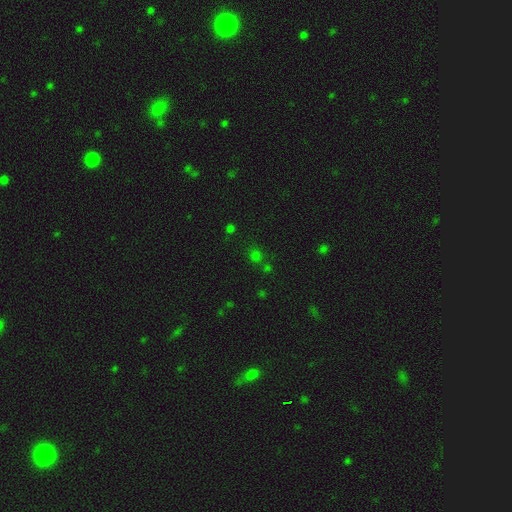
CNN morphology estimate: A smooth galaxy with no disk features (58%) that is round (76%).

Vote fractions:
- Smooth or featured? smooth: 58% / star or artifact: 36% / featured or disk: 6%
- How rounded? round: 76% / in between: 22% / cigar-shaped: 1%
- Merging? none: 71% / minor disturbance: 12% / merger: 11% / major disturbance: 6%